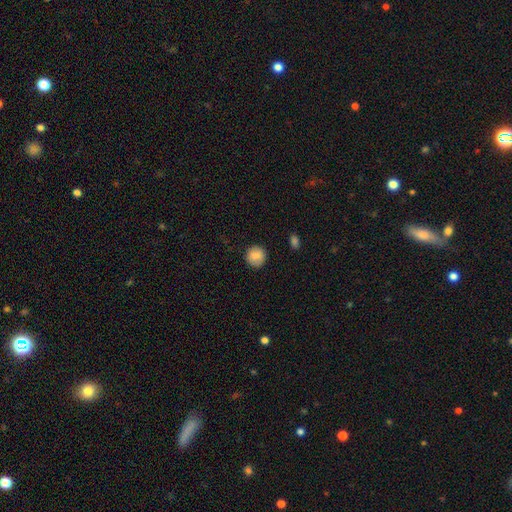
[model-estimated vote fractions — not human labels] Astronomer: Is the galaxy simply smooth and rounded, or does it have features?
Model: smooth — 86%.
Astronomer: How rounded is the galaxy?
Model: round — 93%.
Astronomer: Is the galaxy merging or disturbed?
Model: none — 89%.